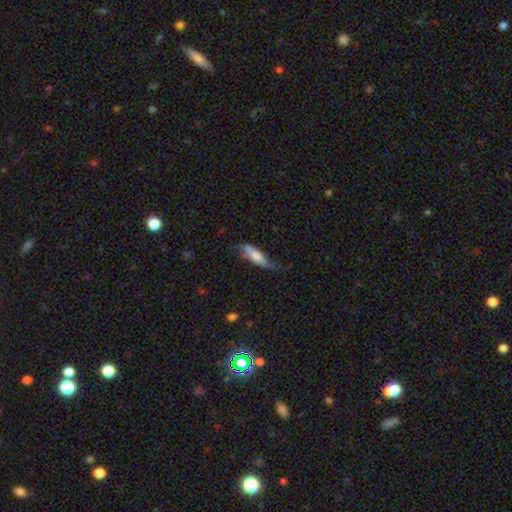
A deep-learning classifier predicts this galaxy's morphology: Smooth or featured: smooth — 59% (featured or disk — 34%)
How rounded: cigar-shaped — 55% (in between — 42%)
Merging: none — 42% (minor disturbance — 34%)